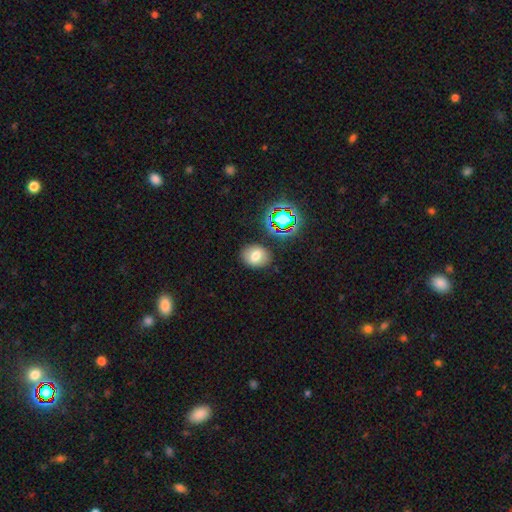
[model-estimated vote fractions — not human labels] Morphology: type=smooth (71%); roundness=in between (56%); merging=none (84%).